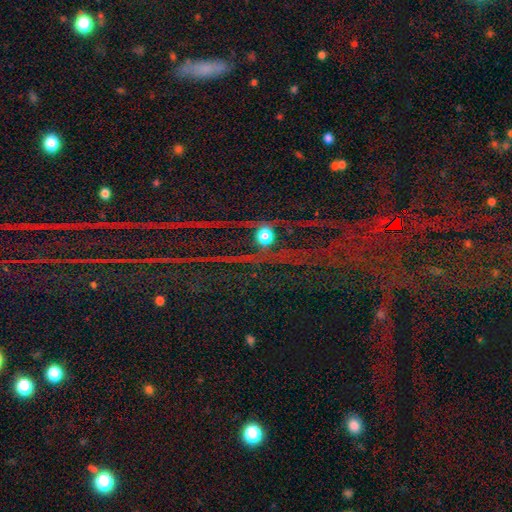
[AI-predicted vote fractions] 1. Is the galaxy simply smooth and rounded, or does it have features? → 80% star or artifact, 11% featured or disk, 10% smooth.